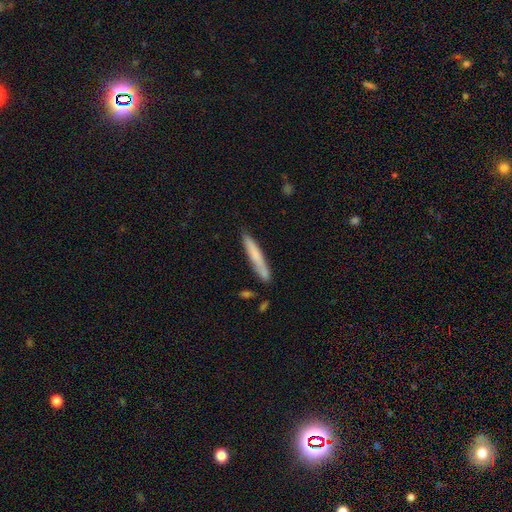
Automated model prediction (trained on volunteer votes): Overall: smooth (70%). How rounded: cigar-shaped (95%). Merging: none (80%).